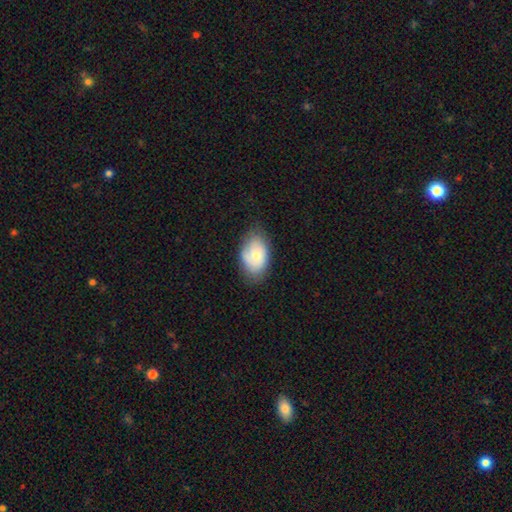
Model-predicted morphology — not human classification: Smooth or featured? Predicted: smooth (p=0.59). How rounded? Predicted: in between (p=0.84). Merging? Predicted: none (p=0.70).